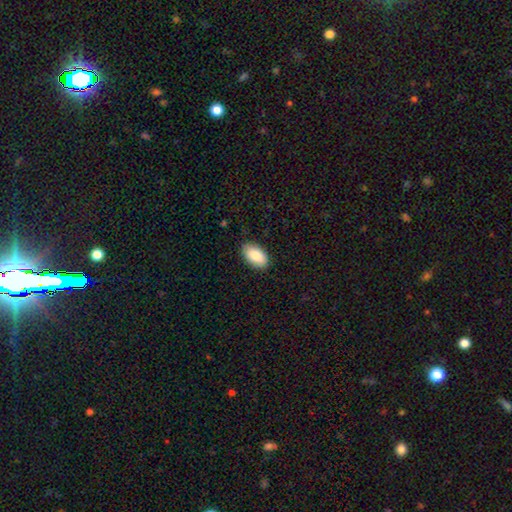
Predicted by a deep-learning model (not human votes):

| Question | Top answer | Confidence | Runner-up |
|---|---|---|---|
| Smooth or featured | smooth | 86% | featured or disk (7%) |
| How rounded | in between | 95% | round (4%) |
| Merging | none | 87% | minor disturbance (10%) |